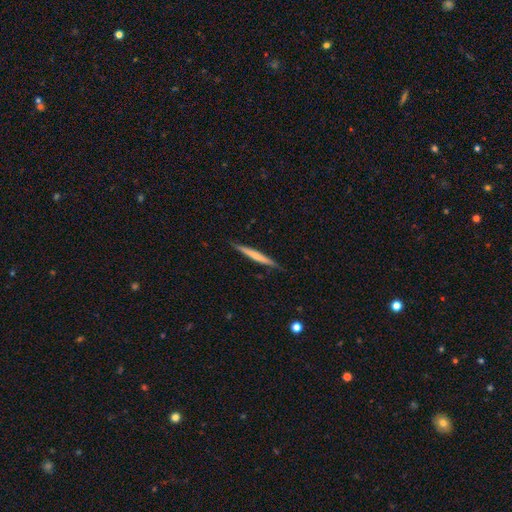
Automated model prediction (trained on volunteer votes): This is possibly a smooth galaxy (55%). How rounded: clearly cigar-shaped (96%). Merging: clearly none (88%).